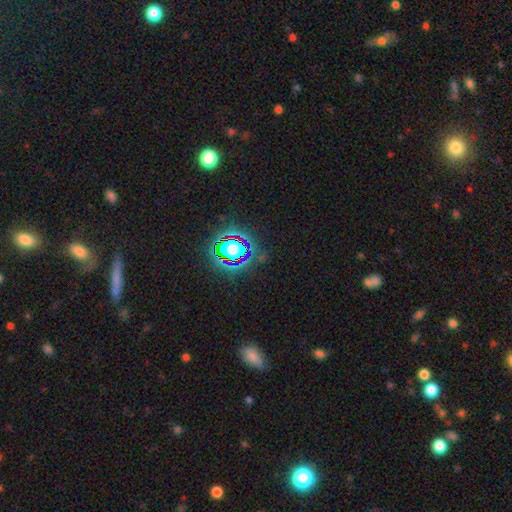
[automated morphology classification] This is likely a star or artifact rather than a galaxy (78%).